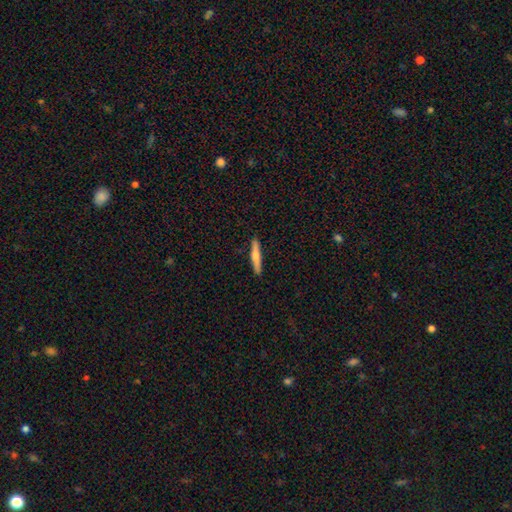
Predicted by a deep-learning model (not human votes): The model was most divided on "smooth or featured": smooth: 64%, featured or disk: 30%, star or artifact: 6%. More confident: how rounded — cigar-shaped (93%); merging — none (90%).